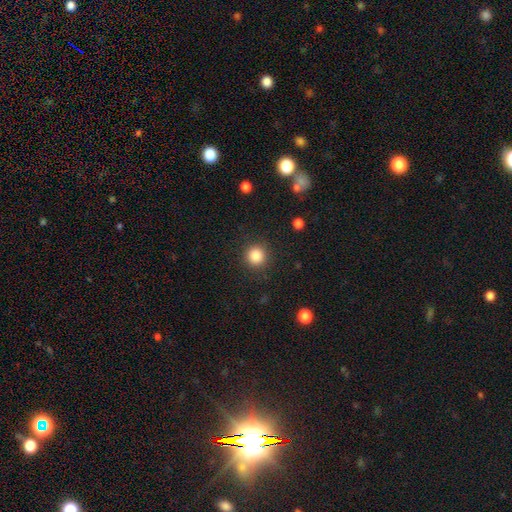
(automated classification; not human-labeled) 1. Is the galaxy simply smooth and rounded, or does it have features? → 86% smooth, 10% star or artifact, 4% featured or disk.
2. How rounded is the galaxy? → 93% round, 6% in between, 1% cigar-shaped.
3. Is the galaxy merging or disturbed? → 90% none, 6% minor disturbance, 3% major disturbance, 1% merger.